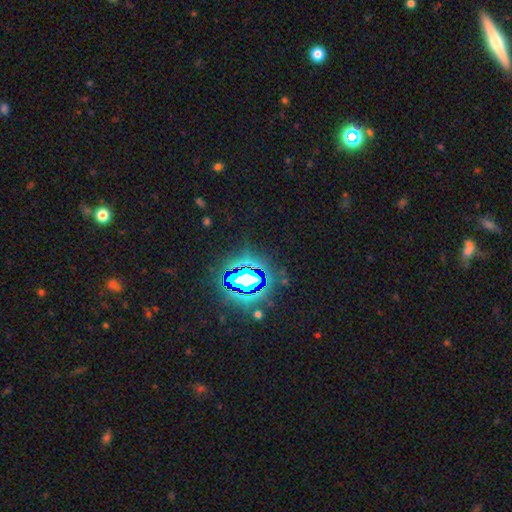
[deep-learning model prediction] smooth-or-featured: star or artifact: 83% | smooth: 10% | featured or disk: 8%